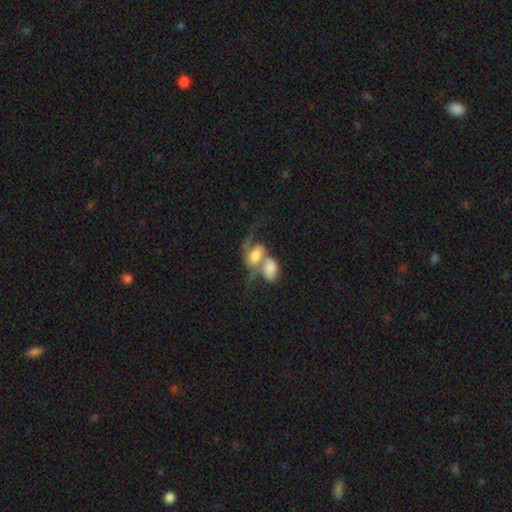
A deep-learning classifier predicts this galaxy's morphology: A featured or disk galaxy (65%) with no bar (58%), 2 (76%) loose (69%) spiral arms (86%) and a moderate central bulge (39%).

Vote fractions:
- Smooth or featured? featured or disk: 65% / smooth: 28% / star or artifact: 8%
- Edge-on disk? no: 95% / yes: 5%
- Bar? no: 58% / weak: 30% / strong: 12%
- Spiral arms? yes: 86% / no: 14%
- Spiral winding? loose: 69% / medium: 24% / tight: 7%
- Spiral arm count? 2: 76% / 1: 14% / can't tell: 7% / 3: 1% / 4: 1% / more than 4: 1%
- Bulge size? moderate: 39% / large: 28% / small: 19% / none: 9% / dominant: 6%
- Merging? merger: 74% / none: 12% / major disturbance: 9% / minor disturbance: 5%